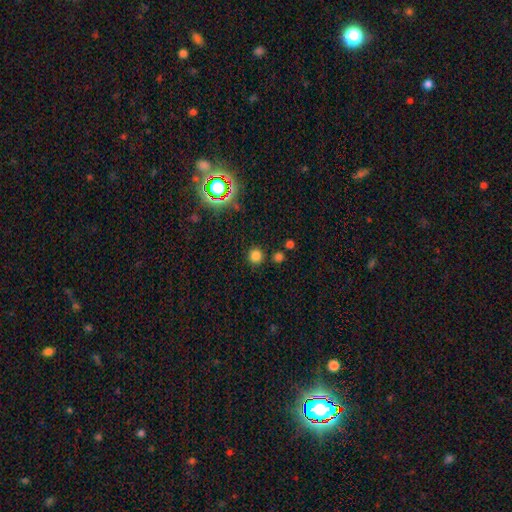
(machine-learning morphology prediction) This appears to be a smooth galaxy with no disk features (77%) that is round (93%). Merging: none (85%).